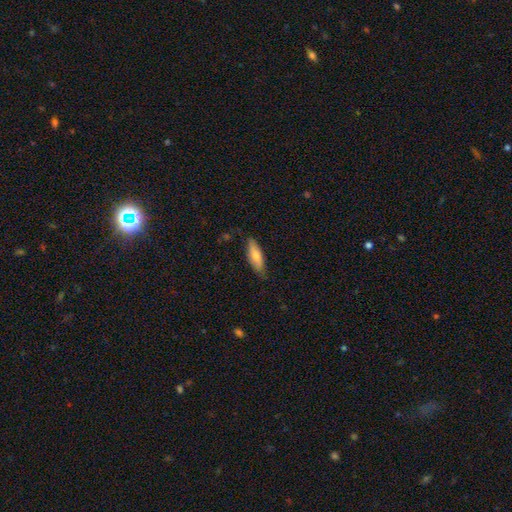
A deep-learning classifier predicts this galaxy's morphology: This appears to be a smooth galaxy with no disk features (75%) that is in between round and cigar-shaped (57%). Merging: none (79%).